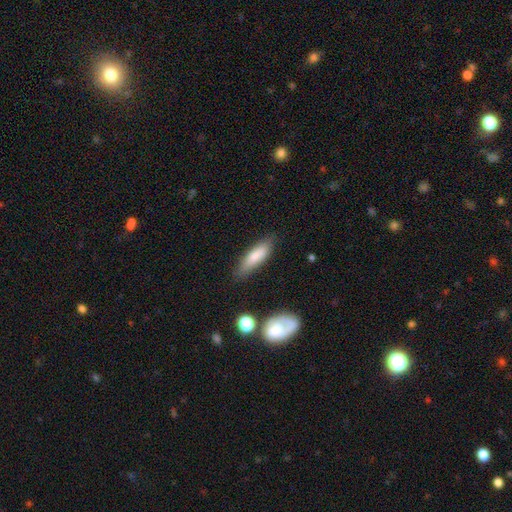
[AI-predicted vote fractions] Q: Smooth or featured?
A: smooth (75%); runner-up: featured or disk (19%)
Q: How rounded?
A: cigar-shaped (57%); runner-up: in between (41%)
Q: Merging?
A: none (78%); runner-up: minor disturbance (16%)